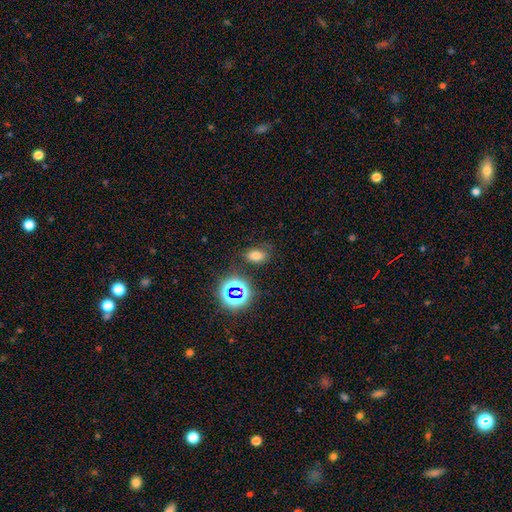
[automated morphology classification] Smooth or featured? smooth (67%)
How rounded? in between (82%)
Merging? none (72%)